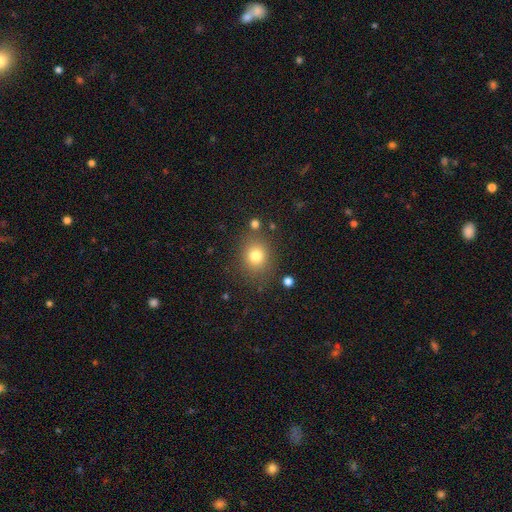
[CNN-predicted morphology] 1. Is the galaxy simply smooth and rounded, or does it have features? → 78% smooth, 13% star or artifact, 8% featured or disk.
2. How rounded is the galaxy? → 73% round, 27% in between, 1% cigar-shaped.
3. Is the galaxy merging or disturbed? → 81% none, 11% minor disturbance, 4% major disturbance, 4% merger.